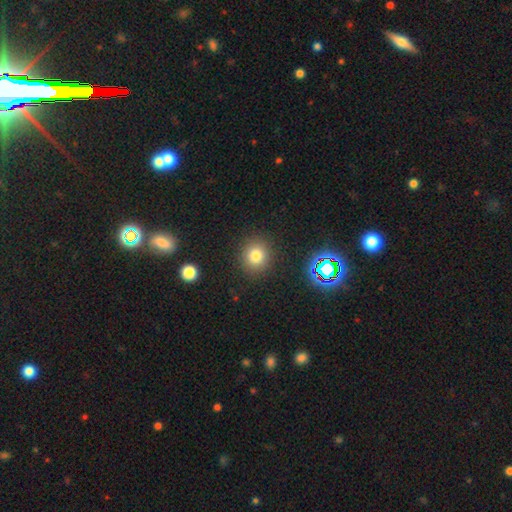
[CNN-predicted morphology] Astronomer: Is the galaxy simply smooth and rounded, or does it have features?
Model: smooth — 78%.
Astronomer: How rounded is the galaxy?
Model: round — 86%.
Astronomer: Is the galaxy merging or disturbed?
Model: none — 88%.